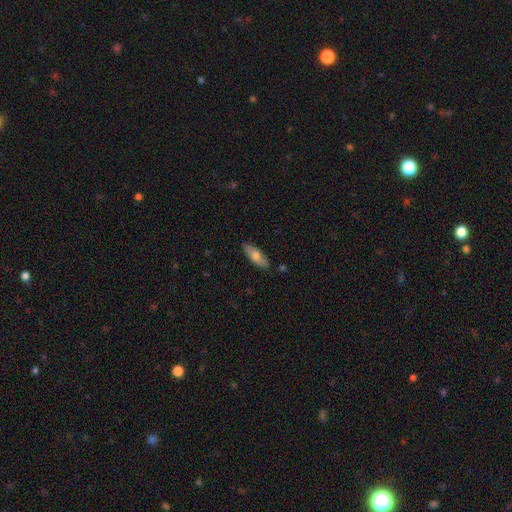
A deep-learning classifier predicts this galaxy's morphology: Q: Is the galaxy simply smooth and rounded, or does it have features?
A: smooth — 66%.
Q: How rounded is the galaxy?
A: in between — 57%.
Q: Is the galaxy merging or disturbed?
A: none — 87%.